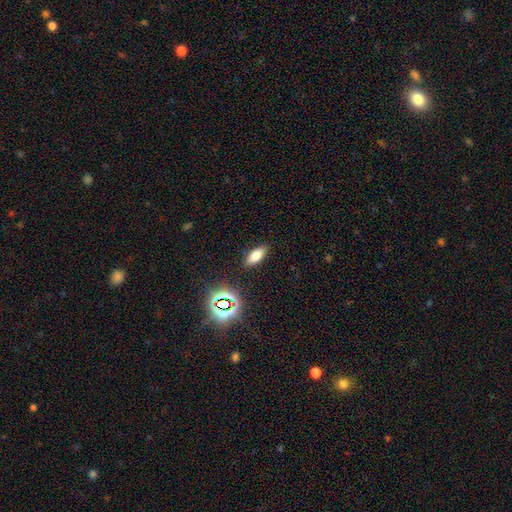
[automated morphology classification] Smooth or featured?
  - smooth: 72% *
  - star or artifact: 15%
  - featured or disk: 13%
How rounded?
  - in between: 75% *
  - cigar-shaped: 22%
  - round: 4%
Merging?
  - none: 86% *
  - minor disturbance: 9%
  - major disturbance: 3%
  - merger: 2%